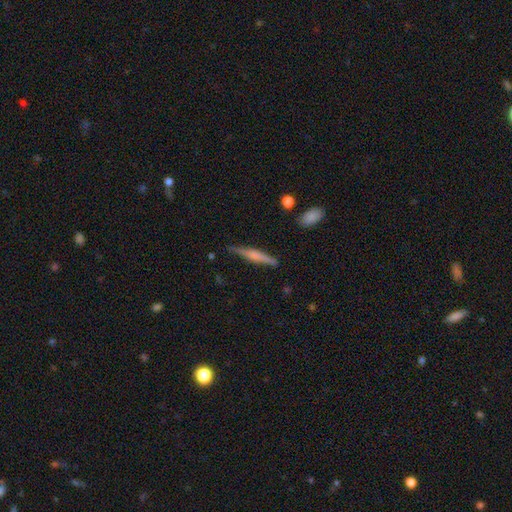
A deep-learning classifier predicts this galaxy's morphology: A featured or disk galaxy (59%) viewed edge-on (97%) with a rounded central bulge (56%).

Vote fractions:
- Smooth or featured? featured or disk: 59% / smooth: 35% / star or artifact: 6%
- Edge-on disk? yes: 97% / no: 3%
- Edge-on bulge? rounded: 56% / boxy: 28% / none: 16%
- Merging? none: 84% / minor disturbance: 12% / major disturbance: 2% / merger: 2%